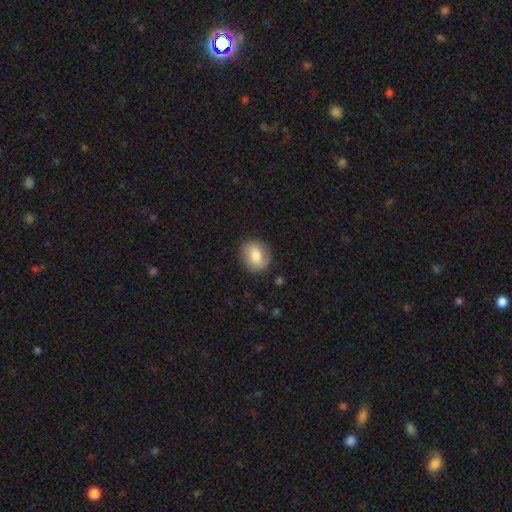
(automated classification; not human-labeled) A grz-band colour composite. It shows a smooth galaxy with no disk features (74%) that is round (57%). Merging: none (85%).